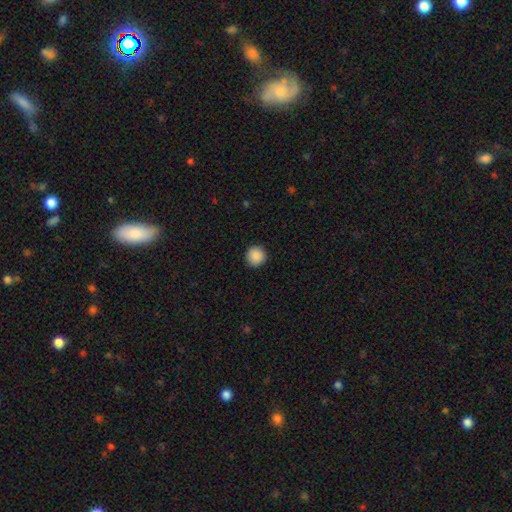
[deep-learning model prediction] This appears to be a smooth galaxy with no disk features (89%) that is round (94%). Merging: none (92%).